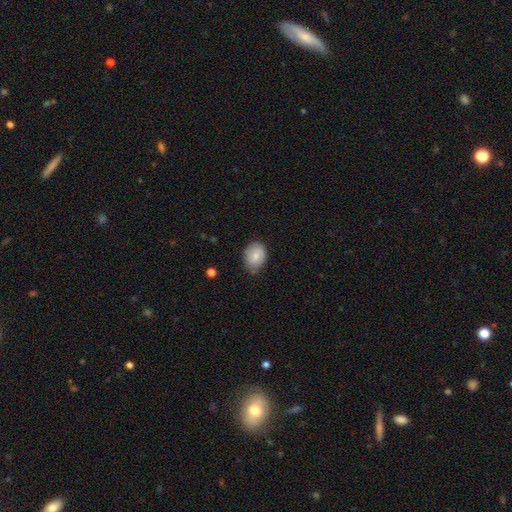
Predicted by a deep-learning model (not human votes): A smooth galaxy with no disk features (79%) that is in between round and cigar-shaped (65%). Merging: none (68%).